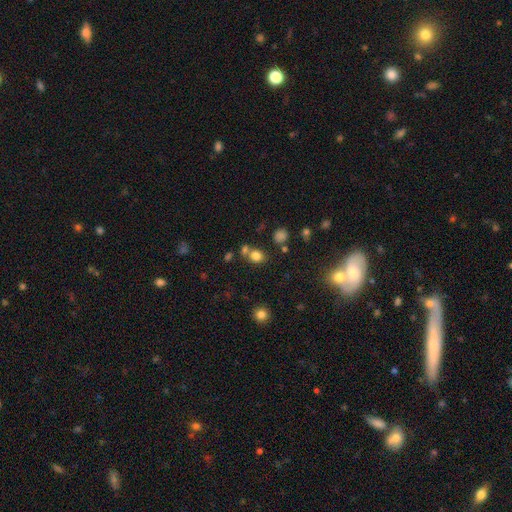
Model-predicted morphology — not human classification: smooth-or-featured: smooth: 79% | star or artifact: 14% | featured or disk: 7%
  how-rounded: round: 68% | in between: 31% | cigar-shaped: 1%
  merging: none: 61% | merger: 26% | minor disturbance: 10% | major disturbance: 4%